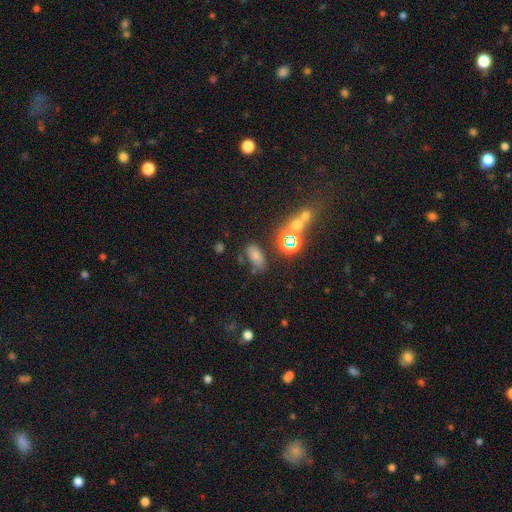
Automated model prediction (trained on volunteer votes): Smooth or featured?
  - smooth: 66% *
  - star or artifact: 24%
  - featured or disk: 10%
How rounded?
  - in between: 83% *
  - round: 9%
  - cigar-shaped: 8%
Merging?
  - none: 64% *
  - minor disturbance: 17%
  - merger: 11%
  - major disturbance: 7%